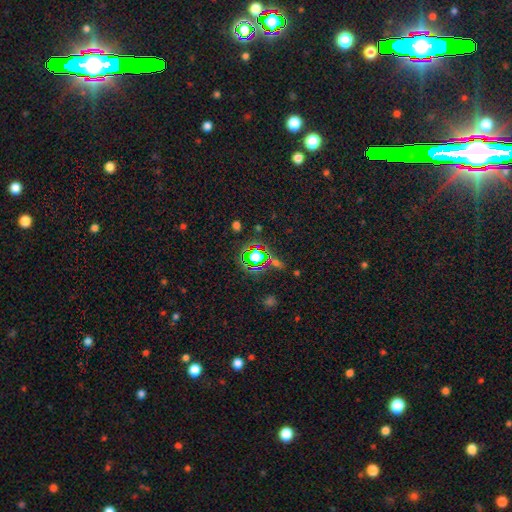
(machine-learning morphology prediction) This is likely a star or artifact rather than a galaxy (70%).